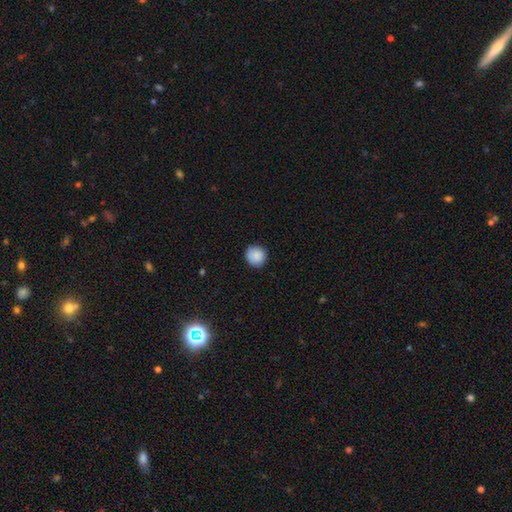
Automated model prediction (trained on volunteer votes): A smooth galaxy with no disk features (89%) that is round (92%). Merging: none (90%).